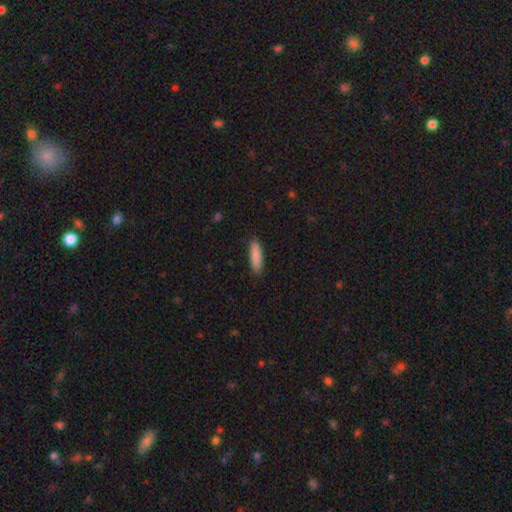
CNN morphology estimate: A smooth galaxy with no disk features (88%) that is cigar-shaped (60%). Merging: none (88%).